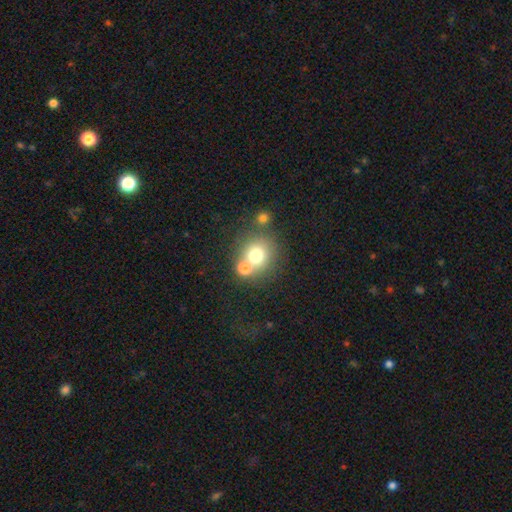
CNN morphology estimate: This is likely a smooth galaxy (70%). How rounded: clearly round (85%). Merging: possibly none (55%).